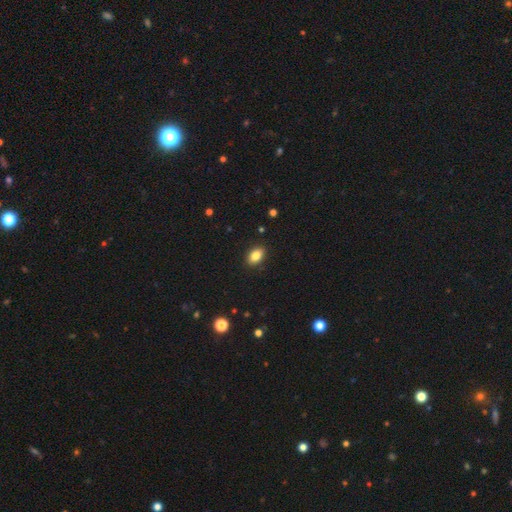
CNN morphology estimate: A smooth galaxy with no disk features (85%) that is in between round and cigar-shaped (88%).

Vote fractions:
- Smooth or featured? smooth: 85% / star or artifact: 9% / featured or disk: 6%
- How rounded? in between: 88% / round: 10% / cigar-shaped: 2%
- Merging? none: 89% / minor disturbance: 8% / major disturbance: 2% / merger: 1%